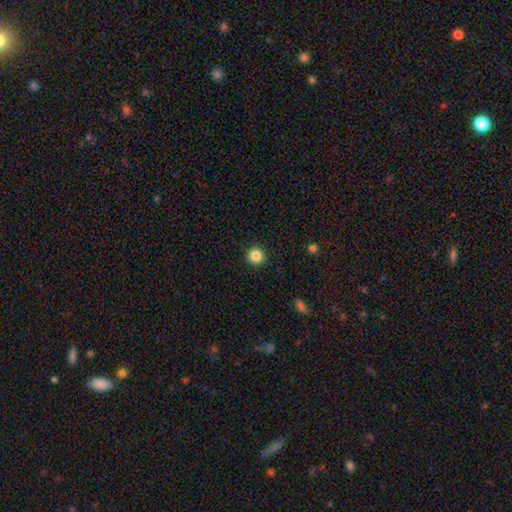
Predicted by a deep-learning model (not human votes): The model was most divided on "smooth or featured": smooth: 85%, star or artifact: 11%, featured or disk: 4%. More confident: how rounded — round (96%); merging — none (93%).